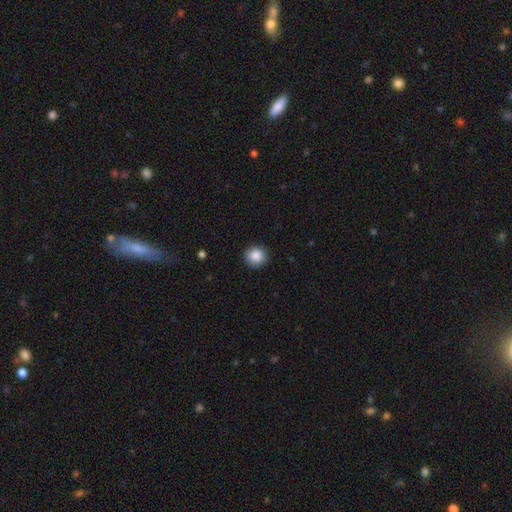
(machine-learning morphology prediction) This appears to be a smooth galaxy with no disk features (87%) that is round (92%). Merging: none (91%).